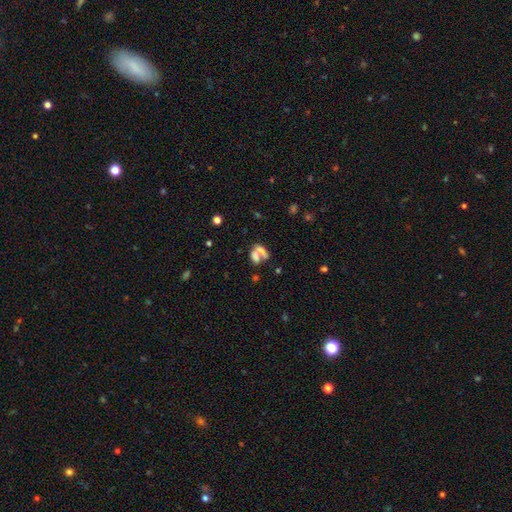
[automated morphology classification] Smooth or featured: smooth — 60% (featured or disk — 25%)
How rounded: in between — 66% (round — 25%)
Merging: merger — 56% (none — 25%)